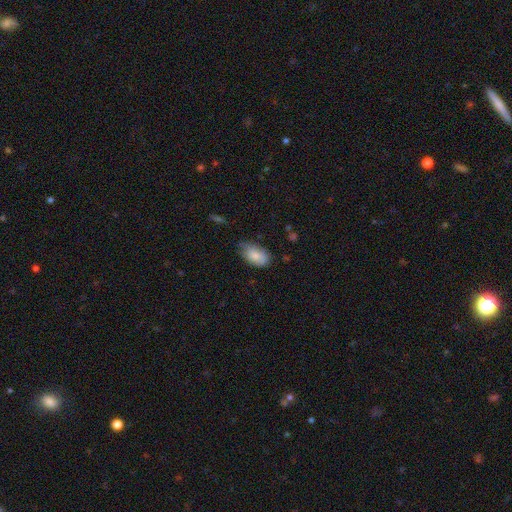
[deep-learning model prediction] A smooth galaxy with no disk features (82%) that is in between round and cigar-shaped (92%). Merging: none (61%).